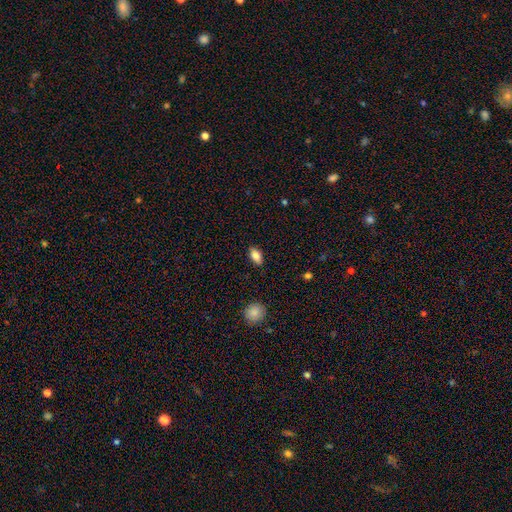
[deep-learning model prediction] Smooth or featured: smooth — 84% (featured or disk — 8%)
How rounded: in between — 90% (round — 5%)
Merging: none — 87% (minor disturbance — 10%)